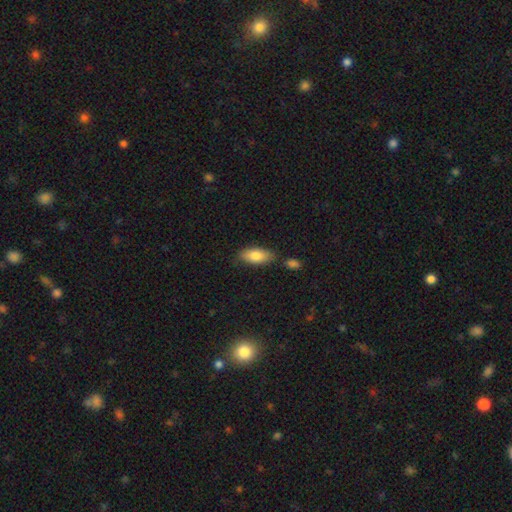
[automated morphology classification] smooth-or-featured: smooth: 81% | featured or disk: 12% | star or artifact: 7%
  how-rounded: in between: 85% | cigar-shaped: 13% | round: 3%
  merging: none: 73% | minor disturbance: 15% | merger: 8% | major disturbance: 3%